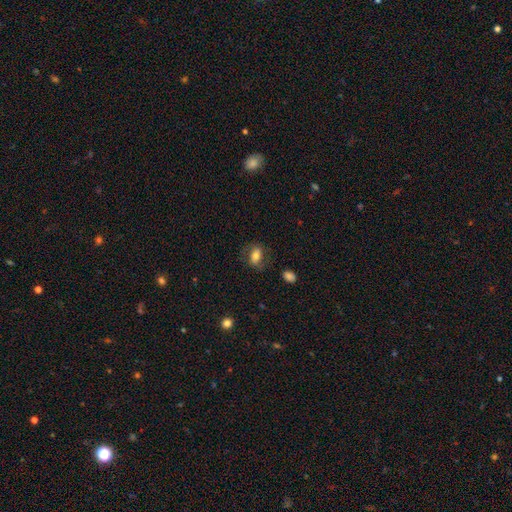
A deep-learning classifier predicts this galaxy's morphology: Smooth or featured? Predicted: smooth (p=0.66). How rounded? Predicted: in between (p=0.81). Merging? Predicted: none (p=0.69).